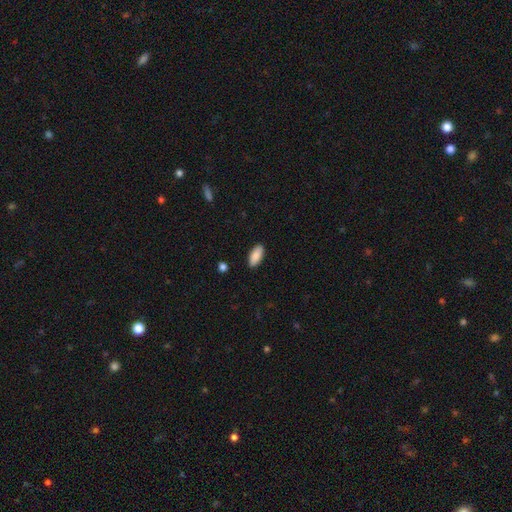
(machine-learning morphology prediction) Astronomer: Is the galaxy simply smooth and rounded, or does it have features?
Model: smooth — 89%.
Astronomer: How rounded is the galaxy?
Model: in between — 88%.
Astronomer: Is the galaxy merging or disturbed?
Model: none — 89%.